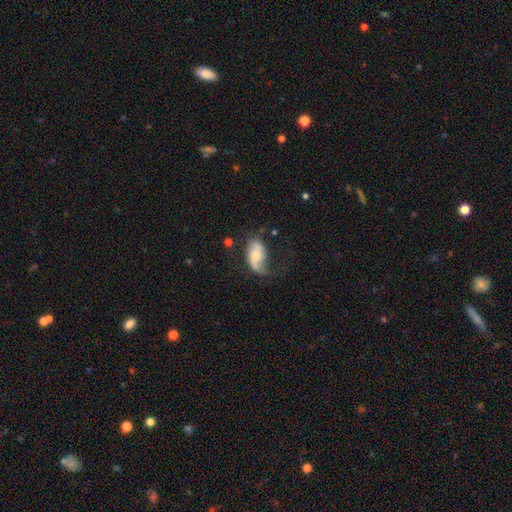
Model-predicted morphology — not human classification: Smooth or featured? featured or disk (62%)
Edge-on disk? no (94%)
Bar? no (61%)
Spiral arms? yes (84%)
Bulge size? moderate (60%)
Merging? none (48%)